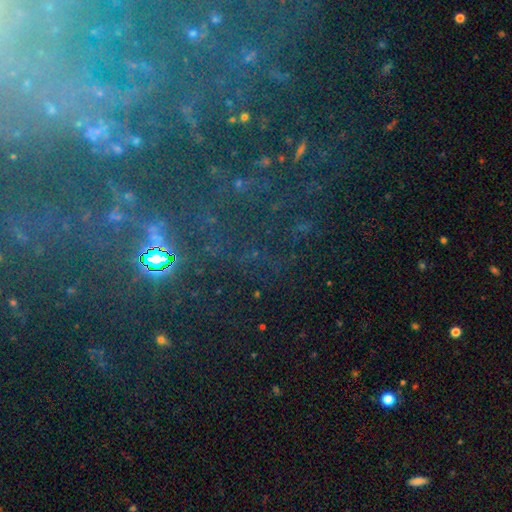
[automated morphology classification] The model was most divided on "smooth or featured": star or artifact: 67%, featured or disk: 21%, smooth: 12%.